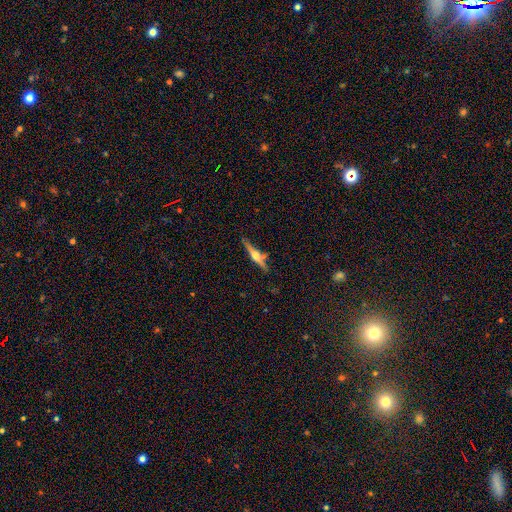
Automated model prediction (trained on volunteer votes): Smooth or featured: featured or disk — 70% (smooth — 23%)
Edge-on disk: yes — 97% (no — 3%)
Edge-on bulge: rounded — 91% (boxy — 5%)
Merging: none — 77% (minor disturbance — 13%)